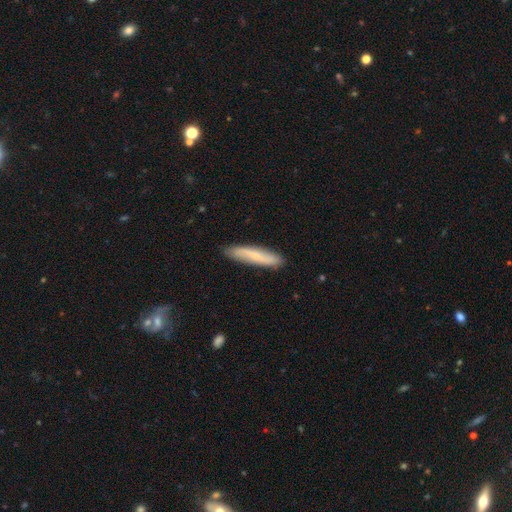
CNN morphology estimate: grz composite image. It shows a smooth galaxy with no disk features (62%) that is cigar-shaped (86%). Merging: none (85%).